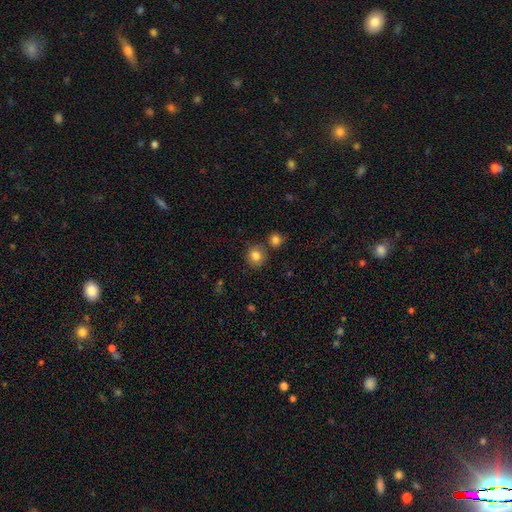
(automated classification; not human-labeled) This is clearly a smooth galaxy (84%). How rounded: clearly round (86%). Merging: likely none (76%).